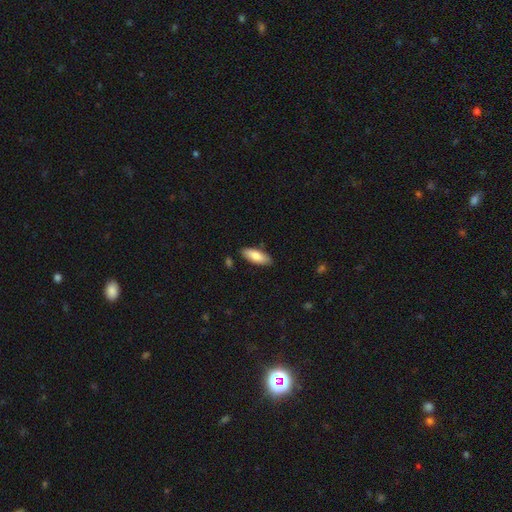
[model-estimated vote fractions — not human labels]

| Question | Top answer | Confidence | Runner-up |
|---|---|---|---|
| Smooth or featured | smooth | 80% | featured or disk (15%) |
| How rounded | in between | 75% | cigar-shaped (23%) |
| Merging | none | 86% | minor disturbance (10%) |